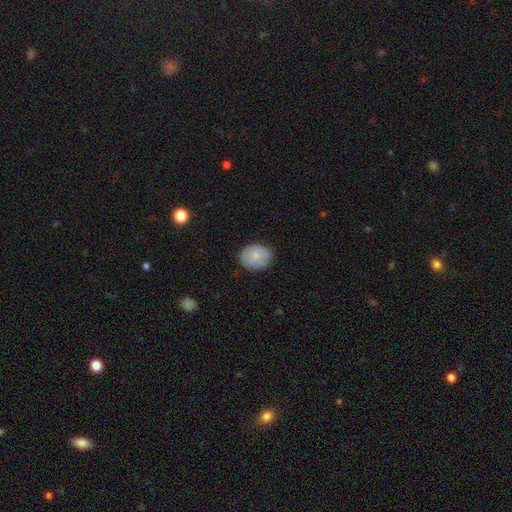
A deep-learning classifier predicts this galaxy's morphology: Smooth or featured: smooth — 83% (featured or disk — 11%)
How rounded: in between — 51% (round — 49%)
Merging: none — 84% (minor disturbance — 12%)